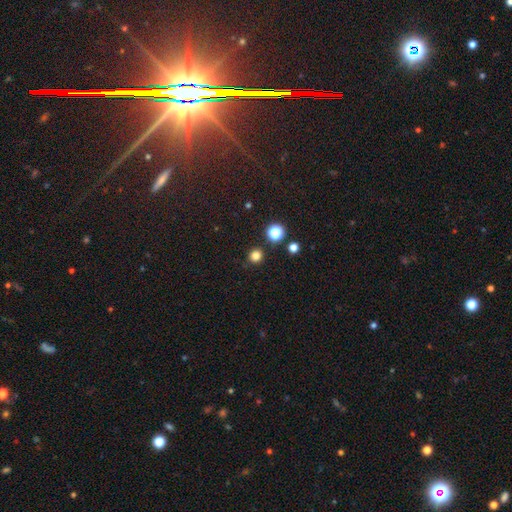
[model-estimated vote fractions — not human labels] smooth_or_featured: smooth (p=0.80) [alt: star or artifact p=0.16]
how_rounded: round (p=0.93) [alt: in between p=0.06]
merging: none (p=0.88) [alt: minor disturbance p=0.06]